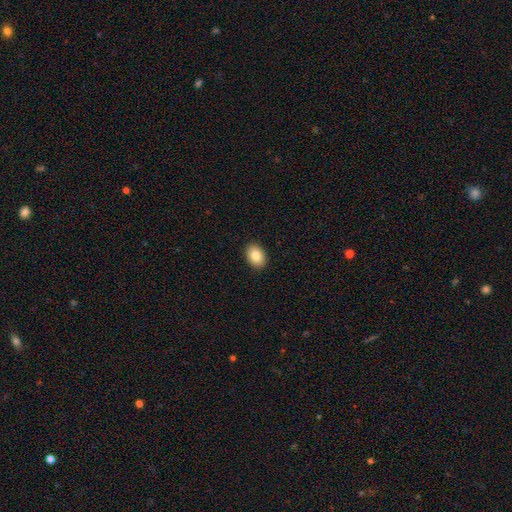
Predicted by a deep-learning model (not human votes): Overall: smooth (85%). How rounded: in between (79%). Merging: none (91%).